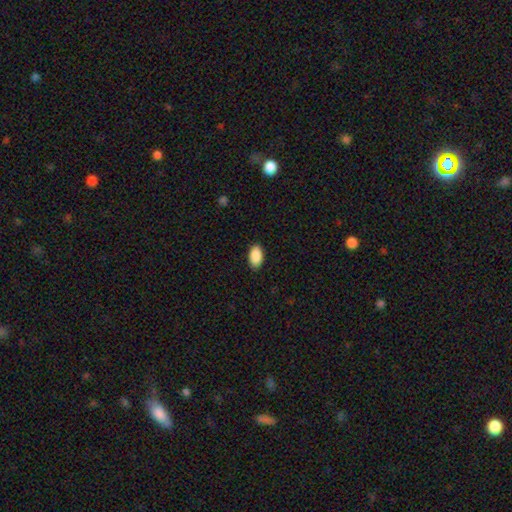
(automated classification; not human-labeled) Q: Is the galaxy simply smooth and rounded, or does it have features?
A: smooth — 91%.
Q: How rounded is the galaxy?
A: in between — 95%.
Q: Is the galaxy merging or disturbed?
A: none — 89%.